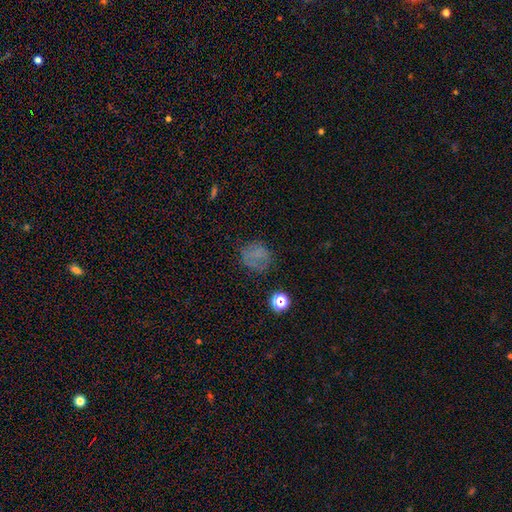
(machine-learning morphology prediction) smooth_or_featured: smooth (p=0.60) [alt: star or artifact p=0.23]
how_rounded: round (p=0.78) [alt: in between p=0.20]
merging: none (p=0.68) [alt: minor disturbance p=0.19]